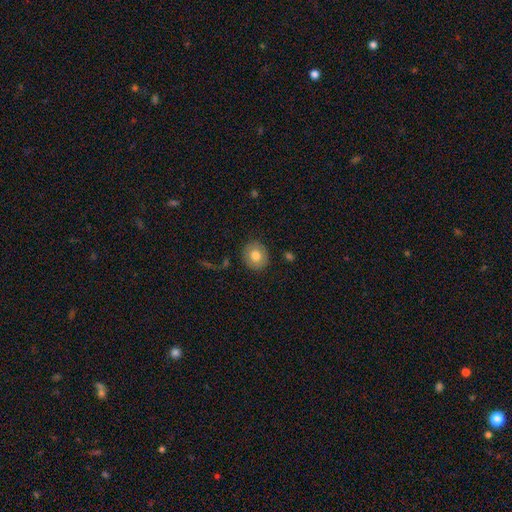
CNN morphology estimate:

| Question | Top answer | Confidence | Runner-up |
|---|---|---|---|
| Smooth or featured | smooth | 76% | featured or disk (15%) |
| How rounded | round | 82% | in between (17%) |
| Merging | none | 87% | minor disturbance (9%) |